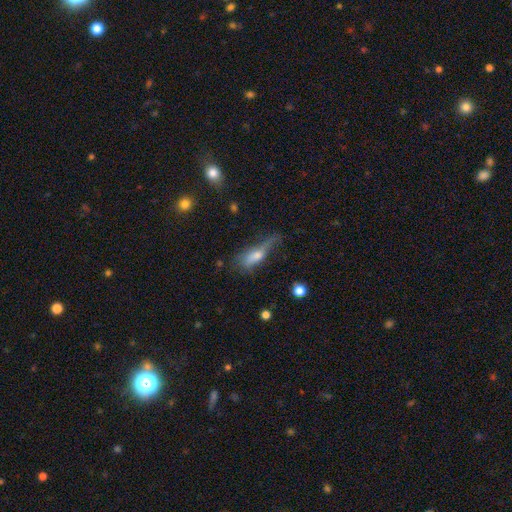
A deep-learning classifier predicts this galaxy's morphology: Smooth or featured? smooth (52%)
How rounded? cigar-shaped (56%)
Merging? none (36%)